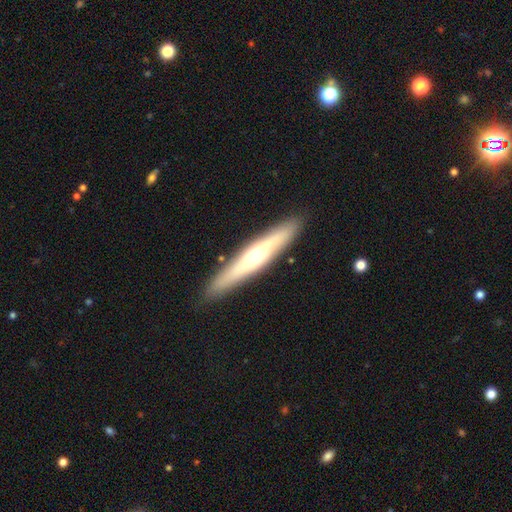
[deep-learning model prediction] Morphology: type=featured or disk (54%); edge-on=yes (86%); merging=none (89%).